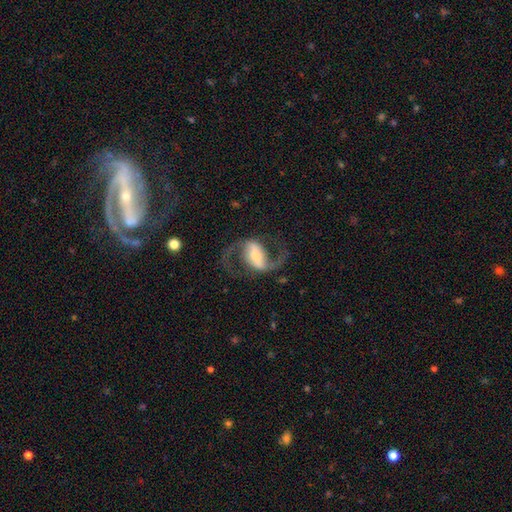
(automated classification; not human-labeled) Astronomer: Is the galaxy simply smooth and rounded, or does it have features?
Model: featured or disk — 90%.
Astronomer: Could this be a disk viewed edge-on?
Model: no — 97%.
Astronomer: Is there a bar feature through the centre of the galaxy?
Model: strong — 56%.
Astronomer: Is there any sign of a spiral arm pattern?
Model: yes — 97%.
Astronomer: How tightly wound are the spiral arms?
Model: loose — 50% (runner-up: medium, 43%).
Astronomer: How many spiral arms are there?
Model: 2 — 94%.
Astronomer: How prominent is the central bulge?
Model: small — 49% (runner-up: moderate, 38%).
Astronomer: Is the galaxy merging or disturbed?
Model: none — 78%.